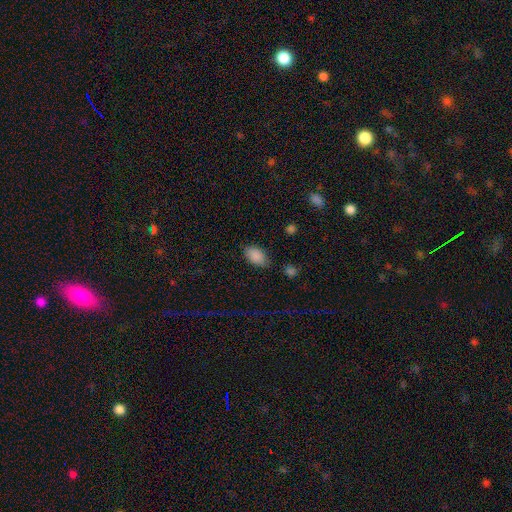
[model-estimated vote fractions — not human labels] This is clearly a smooth galaxy (88%). How rounded: clearly in between (91%). Merging: likely none (76%).